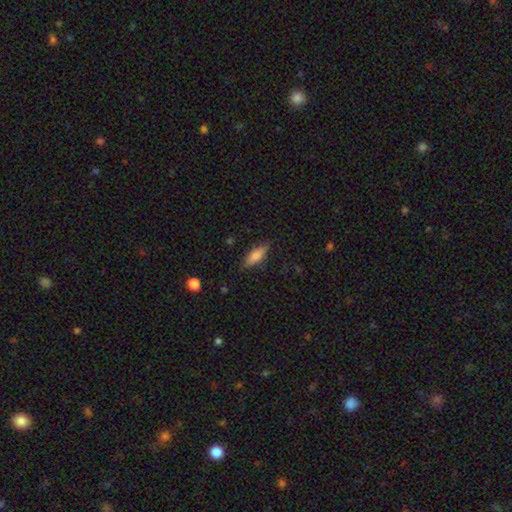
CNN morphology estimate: smooth_or_featured: smooth (p=0.65) [alt: featured or disk p=0.28]
how_rounded: in between (p=0.51) [alt: cigar-shaped p=0.46]
merging: none (p=0.83) [alt: minor disturbance p=0.13]